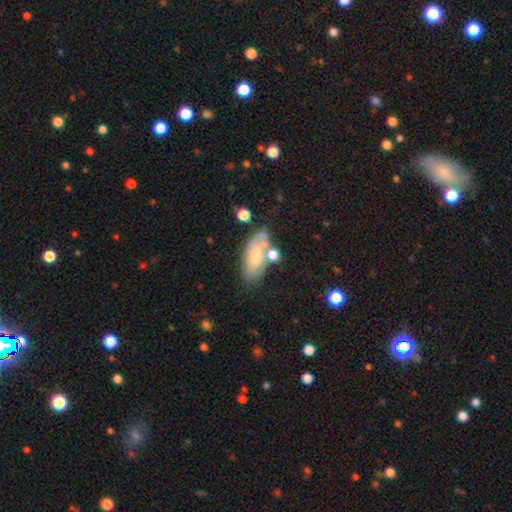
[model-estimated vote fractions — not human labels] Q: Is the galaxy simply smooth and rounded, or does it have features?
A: smooth — 64%.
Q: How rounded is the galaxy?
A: in between — 83%.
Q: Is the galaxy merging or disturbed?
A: none — 58%.